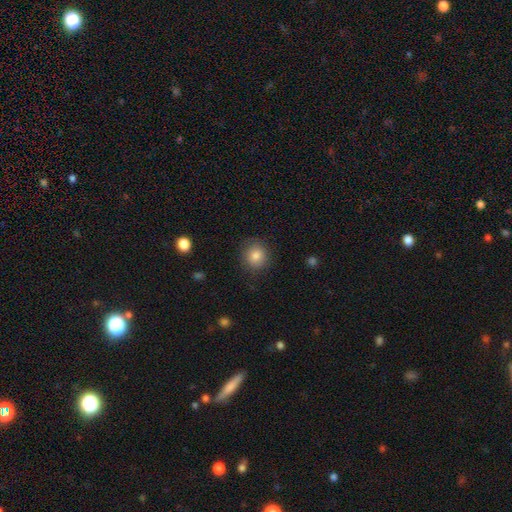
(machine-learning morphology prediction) Smooth or featured? smooth (83%)
How rounded? round (86%)
Merging? none (87%)